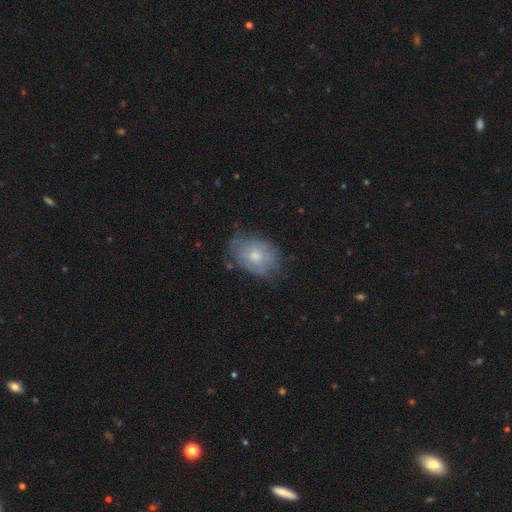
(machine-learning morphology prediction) A smooth galaxy with no disk features (56%) that is in between round and cigar-shaped (79%). Merging: none (62%).